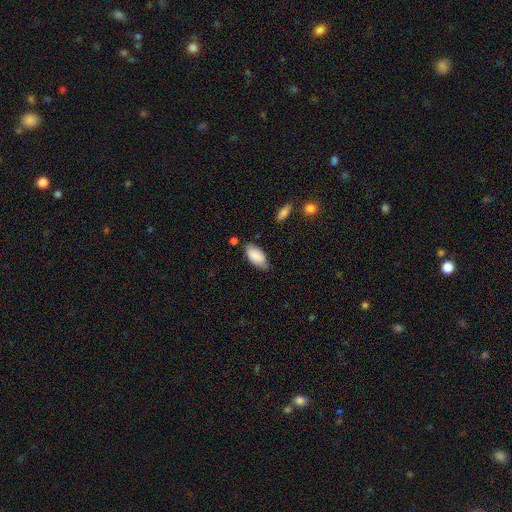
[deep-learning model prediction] smooth_or_featured: smooth (p=0.82) [alt: featured or disk p=0.11]
how_rounded: in between (p=0.93) [alt: cigar-shaped p=0.05]
merging: none (p=0.66) [alt: minor disturbance p=0.26]